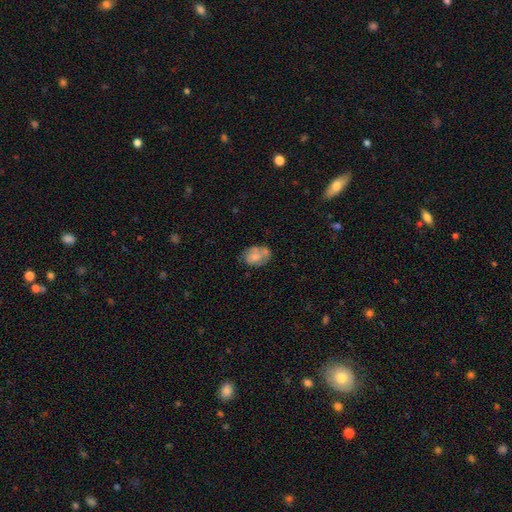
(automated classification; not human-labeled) Smooth or featured: smooth — 61% (featured or disk — 32%)
How rounded: in between — 75% (round — 24%)
Merging: none — 45% (minor disturbance — 26%)